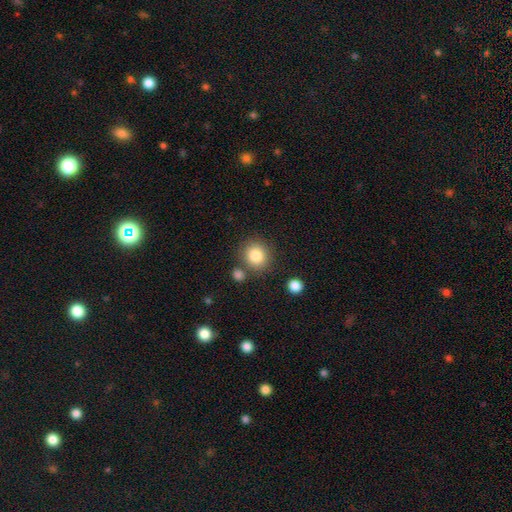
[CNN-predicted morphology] smooth_or_featured: smooth (p=0.84) [alt: star or artifact p=0.09]
how_rounded: round (p=0.86) [alt: in between p=0.13]
merging: none (p=0.78) [alt: minor disturbance p=0.10]